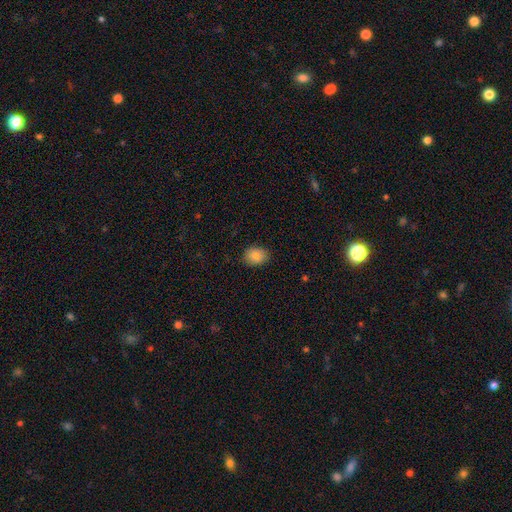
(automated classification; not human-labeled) Morphology: type=smooth (86%); roundness=in between (57%); merging=none (87%).